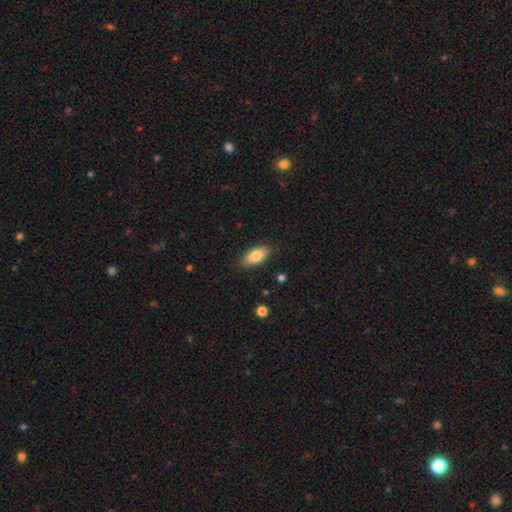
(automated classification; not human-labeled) A smooth galaxy with no disk features (82%) that is in between round and cigar-shaped (87%).

Vote fractions:
- Smooth or featured? smooth: 82% / featured or disk: 11% / star or artifact: 7%
- How rounded? in between: 87% / cigar-shaped: 10% / round: 3%
- Merging? none: 86% / minor disturbance: 11% / major disturbance: 2% / merger: 1%